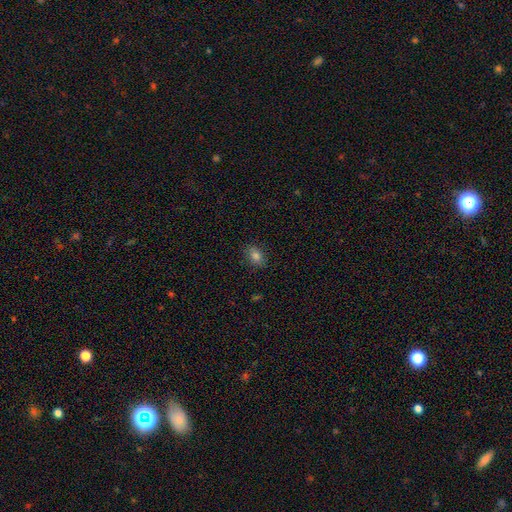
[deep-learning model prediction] Overall: smooth (80%). How rounded: in between (73%). Merging: none (85%).